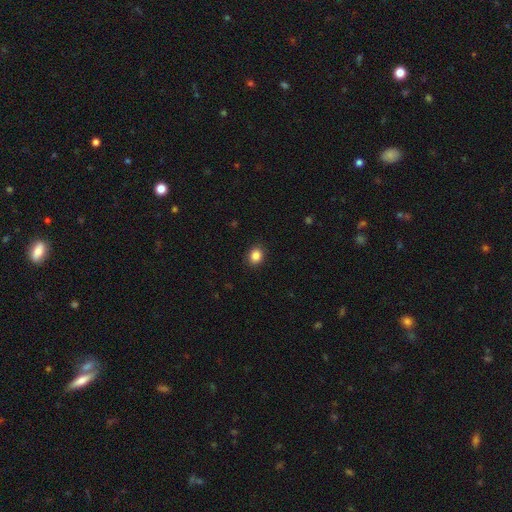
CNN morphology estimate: type=smooth (86%); roundness=round (58%); merging=none (89%).